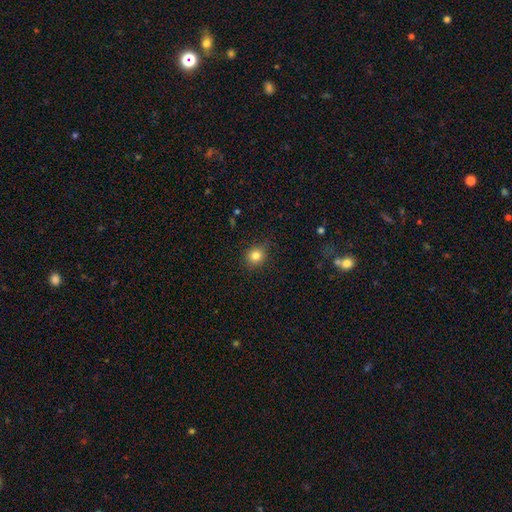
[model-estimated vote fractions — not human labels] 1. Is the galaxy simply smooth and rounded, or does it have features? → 82% smooth, 12% star or artifact, 6% featured or disk.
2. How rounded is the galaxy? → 85% round, 15% in between, 1% cigar-shaped.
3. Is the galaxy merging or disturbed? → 86% none, 11% minor disturbance, 3% major disturbance, 1% merger.